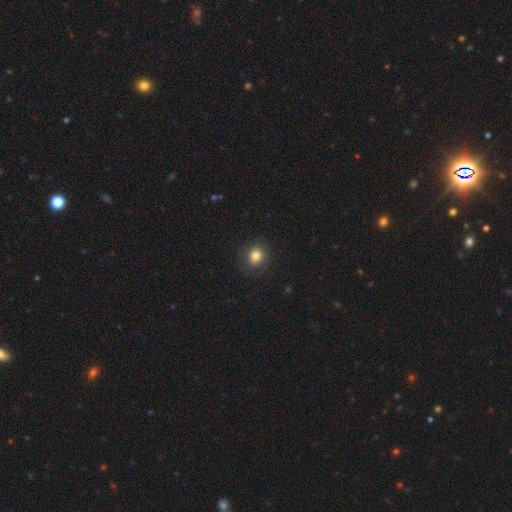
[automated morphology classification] Q: Smooth or featured?
A: smooth (79%); runner-up: featured or disk (11%)
Q: How rounded?
A: round (70%); runner-up: in between (29%)
Q: Merging?
A: none (81%); runner-up: minor disturbance (13%)